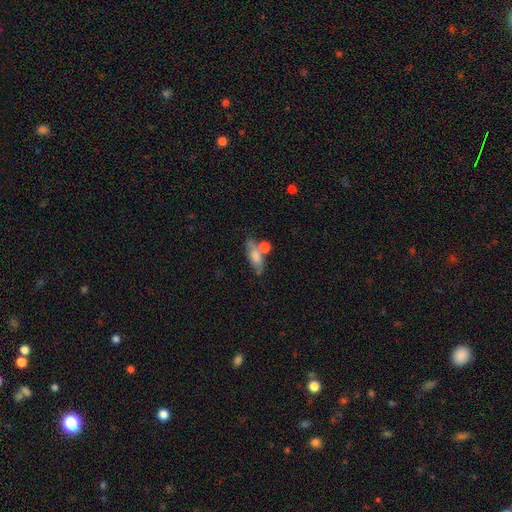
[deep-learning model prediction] A smooth galaxy with no disk features (69%) that is in between round and cigar-shaped (71%).

Vote fractions:
- Smooth or featured? smooth: 69% / featured or disk: 22% / star or artifact: 8%
- How rounded? in between: 71% / cigar-shaped: 22% / round: 7%
- Merging? none: 47% / merger: 27% / minor disturbance: 18% / major disturbance: 8%